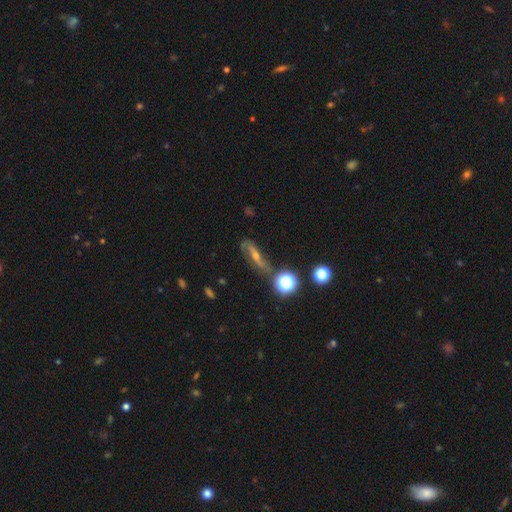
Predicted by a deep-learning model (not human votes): Morphology: type=featured or disk (60%); edge-on=no (69%); merging=none (66%).